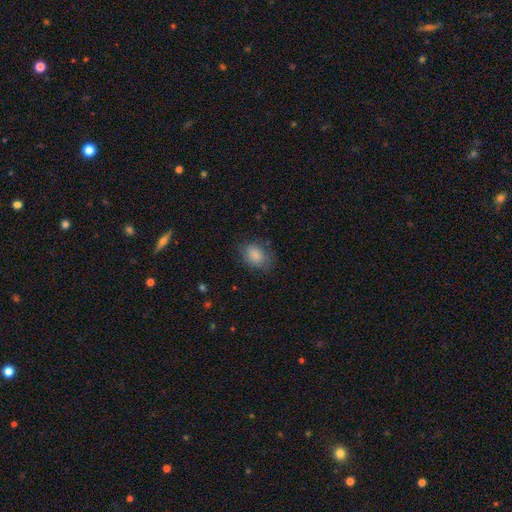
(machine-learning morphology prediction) Smooth or featured? Predicted: smooth (p=0.85). How rounded? Predicted: in between (p=0.76). Merging? Predicted: none (p=0.74).